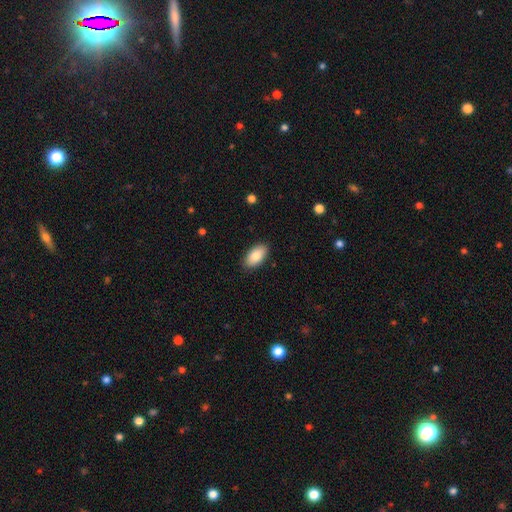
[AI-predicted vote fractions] Smooth or featured? smooth (84%)
How rounded? in between (94%)
Merging? none (89%)